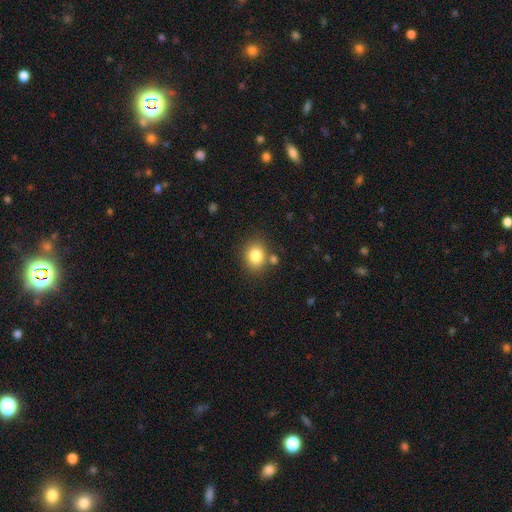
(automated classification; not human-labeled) Overall: smooth (82%). How rounded: round (59%; in between 40%). Merging: none (77%).